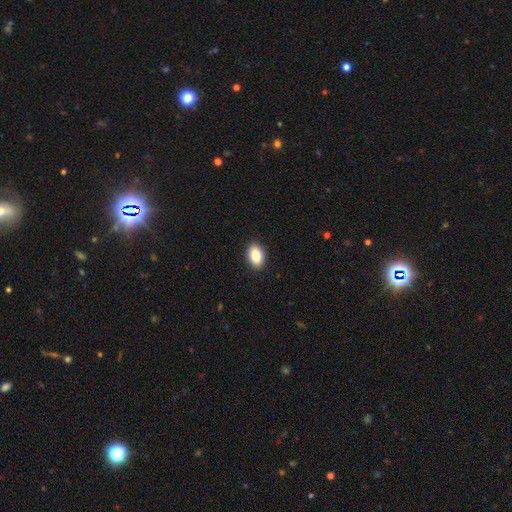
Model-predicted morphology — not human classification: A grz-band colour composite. It shows a smooth galaxy with no disk features (85%) that is in between round and cigar-shaped (88%). Merging: none (91%).